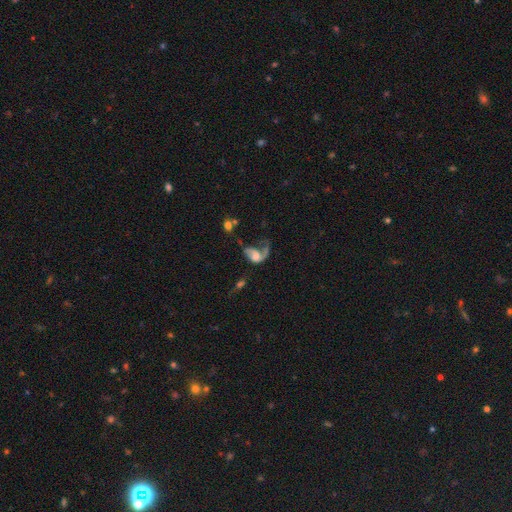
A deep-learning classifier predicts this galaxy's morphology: Smooth or featured: featured or disk — 62% (smooth — 28%)
Edge-on disk: no — 97% (yes — 3%)
Bar: no — 71% (weak — 24%)
Spiral arms: yes — 74% (no — 26%)
Bulge size: moderate — 30% (none — 25%)
Merging: major disturbance — 52% (none — 20%)